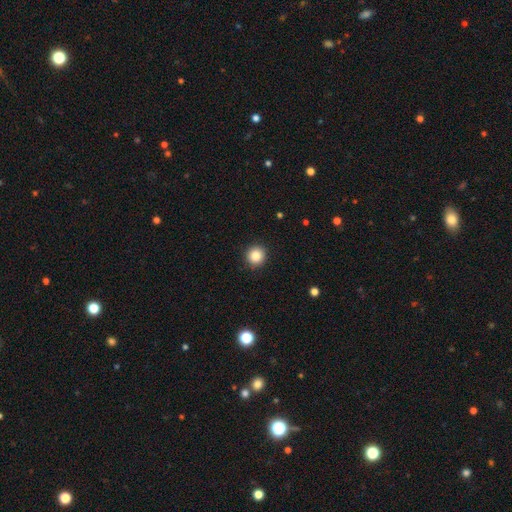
This appears to be a smooth galaxy with no disk features (92%) that is round (97%). Merging: none (95%).